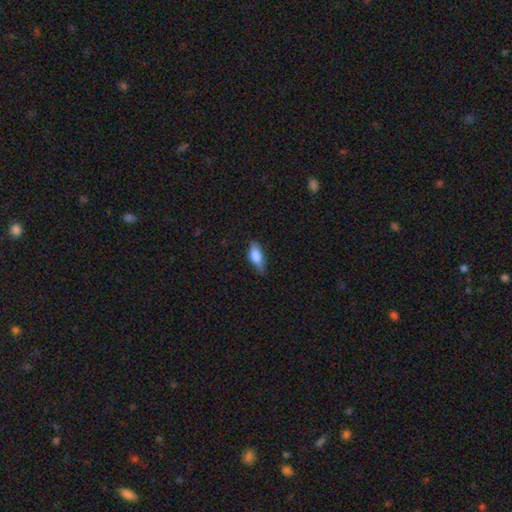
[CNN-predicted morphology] A smooth galaxy with no disk features (75%) that is in between round and cigar-shaped (76%).

Vote fractions:
- Smooth or featured? smooth: 75% / featured or disk: 18% / star or artifact: 7%
- How rounded? in between: 76% / cigar-shaped: 20% / round: 3%
- Merging? none: 70% / minor disturbance: 24% / major disturbance: 4% / merger: 1%